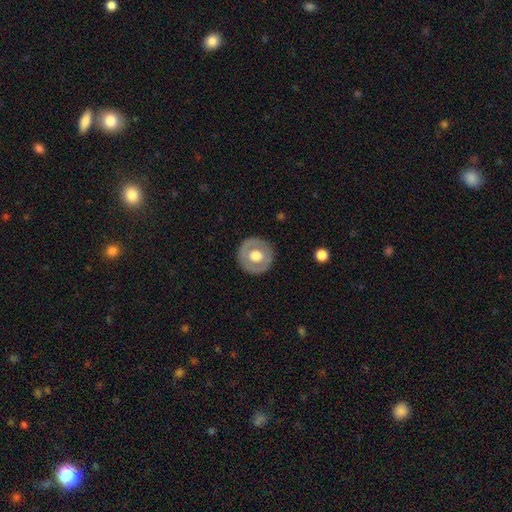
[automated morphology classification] type=smooth (50%); merging=none (88%).